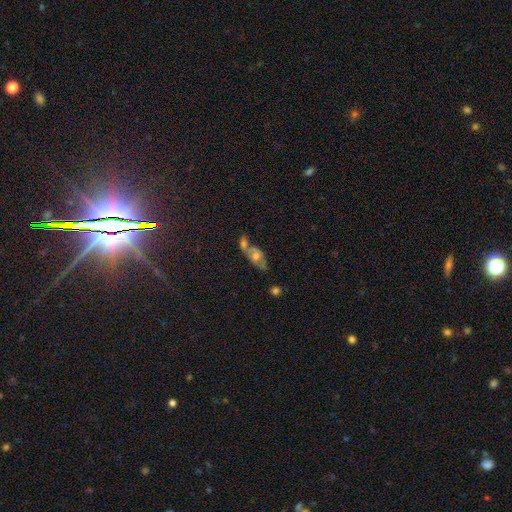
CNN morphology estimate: This appears to be a featured or disk galaxy (47%). Merging: merger (44%).